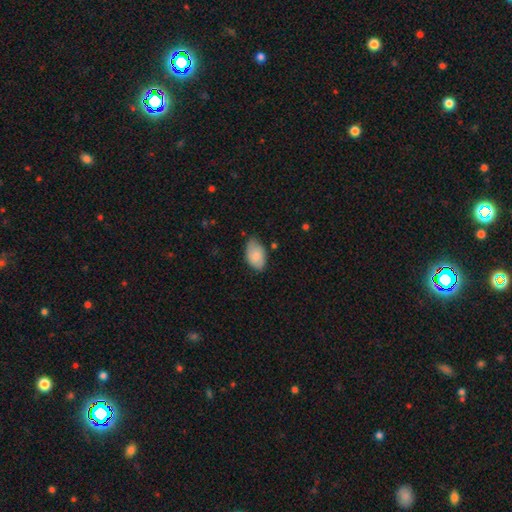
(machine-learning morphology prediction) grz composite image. It shows a smooth galaxy with no disk features (83%) that is in between round and cigar-shaped (93%). Merging: none (65%).